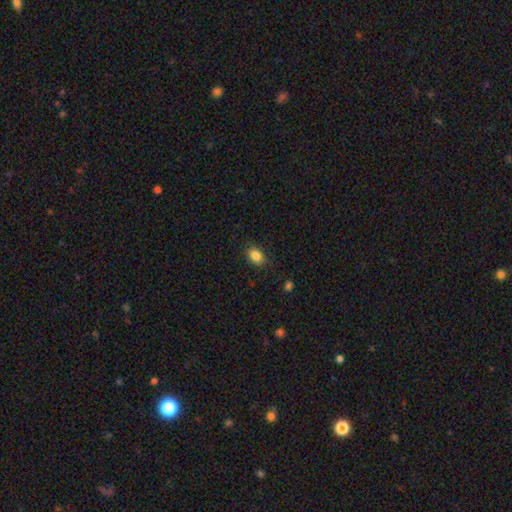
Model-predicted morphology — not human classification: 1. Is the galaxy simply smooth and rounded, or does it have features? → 86% smooth, 9% star or artifact, 5% featured or disk.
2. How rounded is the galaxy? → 78% in between, 20% round, 1% cigar-shaped.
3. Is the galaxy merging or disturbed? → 83% none, 13% minor disturbance, 3% major disturbance, 1% merger.